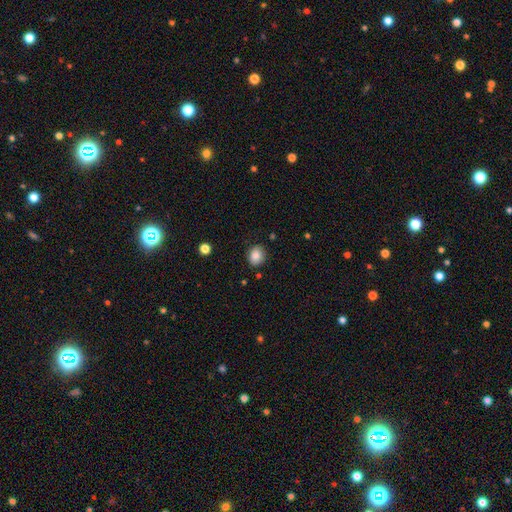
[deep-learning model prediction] A smooth galaxy with no disk features (85%) that is round (57%).

Vote fractions:
- Smooth or featured? smooth: 85% / star or artifact: 9% / featured or disk: 6%
- How rounded? round: 57% / in between: 42% / cigar-shaped: 1%
- Merging? none: 84% / minor disturbance: 11% / major disturbance: 2% / merger: 2%